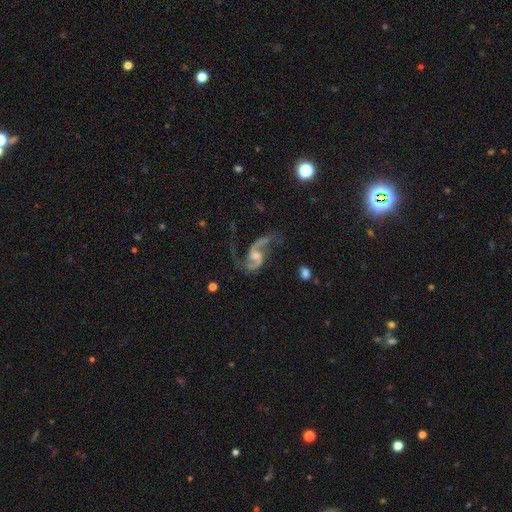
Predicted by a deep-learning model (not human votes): Morphology: type=featured or disk (90%); edge-on=no (97%); bar=no (49%); spiral arms=yes (97%); winding=loose (63%); arm count=2 (92%); bulge=small (48%); merging=none (56%).